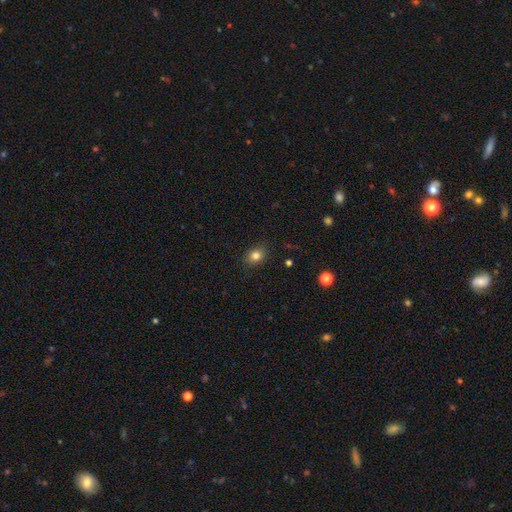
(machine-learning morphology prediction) Q: Smooth or featured?
A: smooth (81%); runner-up: star or artifact (12%)
Q: How rounded?
A: round (53%); runner-up: in between (46%)
Q: Merging?
A: none (87%); runner-up: minor disturbance (9%)